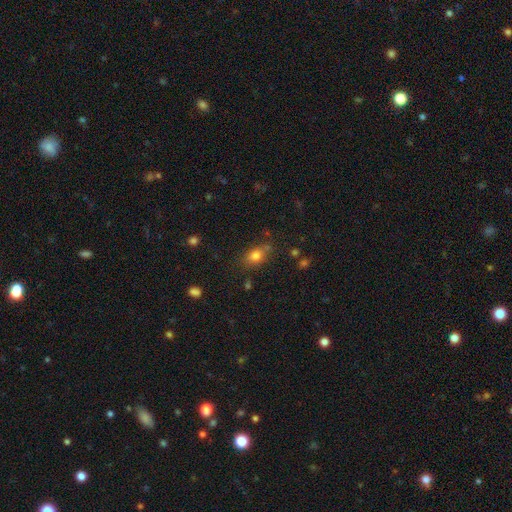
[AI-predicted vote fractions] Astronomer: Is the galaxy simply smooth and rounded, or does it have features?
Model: smooth — 77%.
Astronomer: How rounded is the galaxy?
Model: in between — 74%.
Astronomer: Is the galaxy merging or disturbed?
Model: none — 71%.